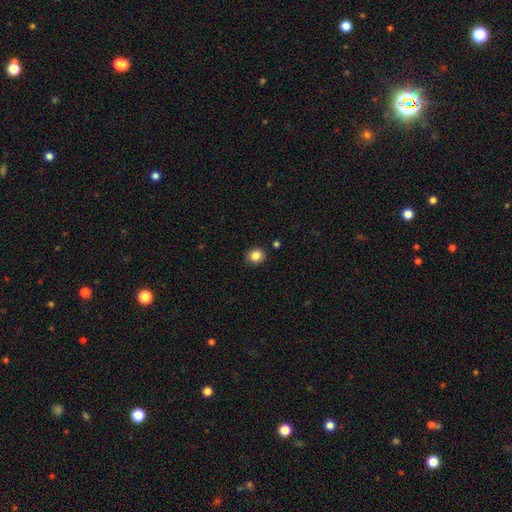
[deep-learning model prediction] A smooth galaxy with no disk features (85%) that is round (89%). Merging: none (90%).